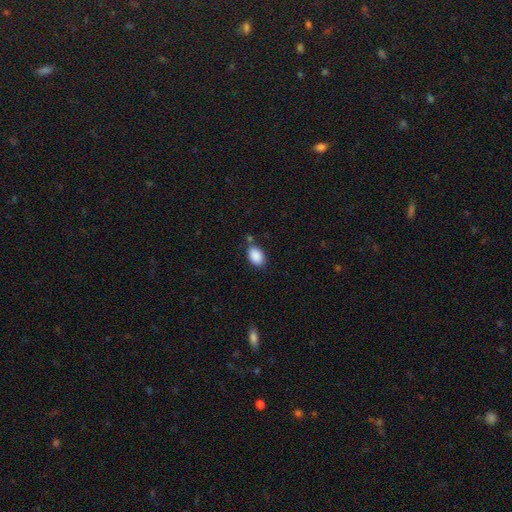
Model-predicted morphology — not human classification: A smooth galaxy with no disk features (89%) that is in between round and cigar-shaped (88%). Merging: none (73%).